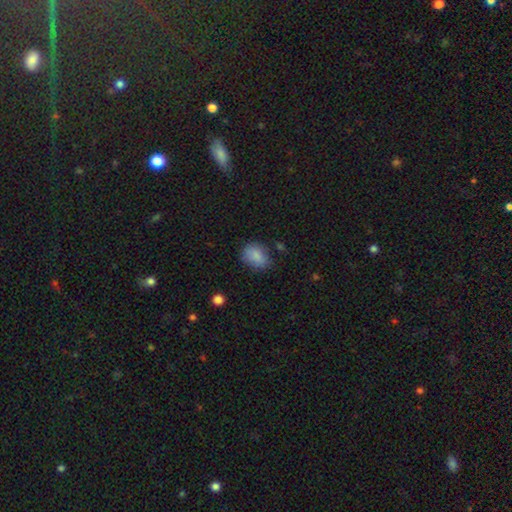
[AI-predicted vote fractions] This appears to be a smooth galaxy with no disk features (84%) that is in between round and cigar-shaped (67%). Merging: none (70%).